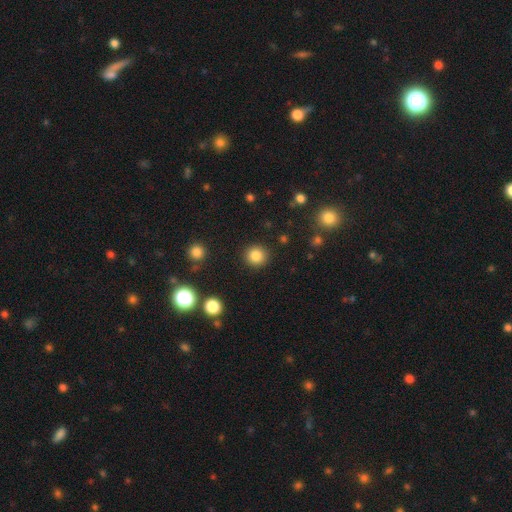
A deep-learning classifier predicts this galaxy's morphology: Smooth or featured? Predicted: smooth (p=0.85). How rounded? Predicted: round (p=0.93). Merging? Predicted: none (p=0.91).